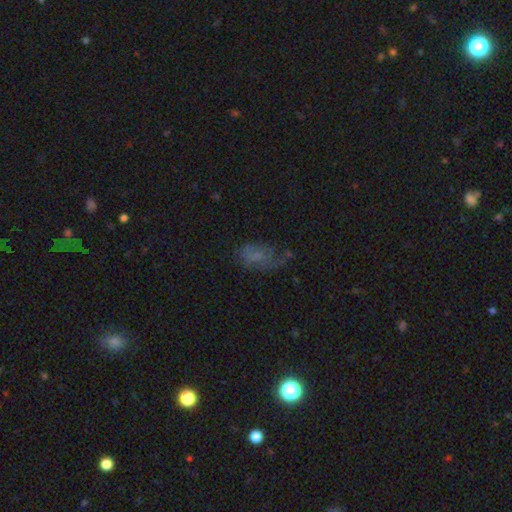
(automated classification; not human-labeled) smooth 50%, featured or disk 31%, star or artifact 19%. Down the decision tree: merging — none (38%).